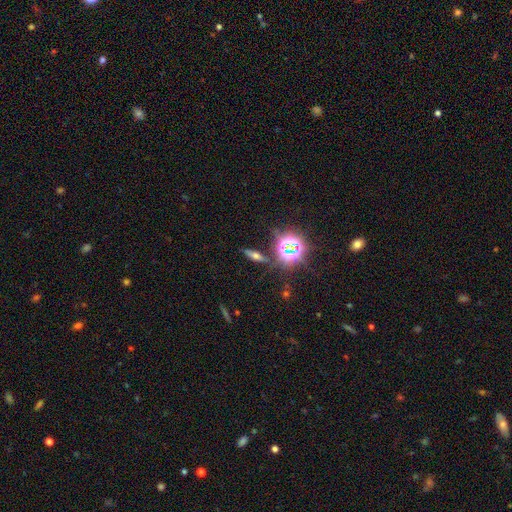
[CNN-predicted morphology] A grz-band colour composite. It shows a smooth galaxy with no disk features (35%). Merging: none (84%).